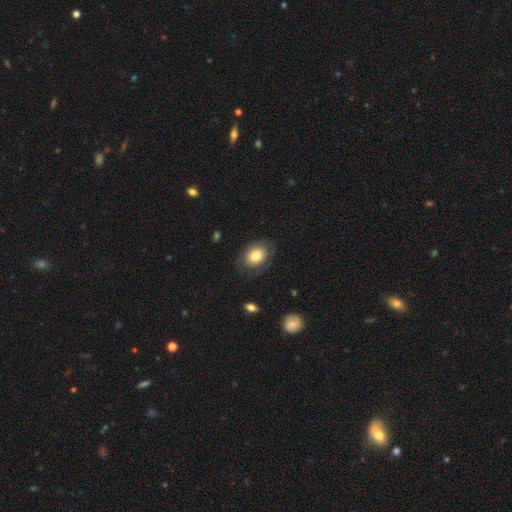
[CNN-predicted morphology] Q: Smooth or featured?
A: smooth (77%); runner-up: featured or disk (16%)
Q: How rounded?
A: in between (68%); runner-up: round (31%)
Q: Merging?
A: none (76%); runner-up: minor disturbance (16%)